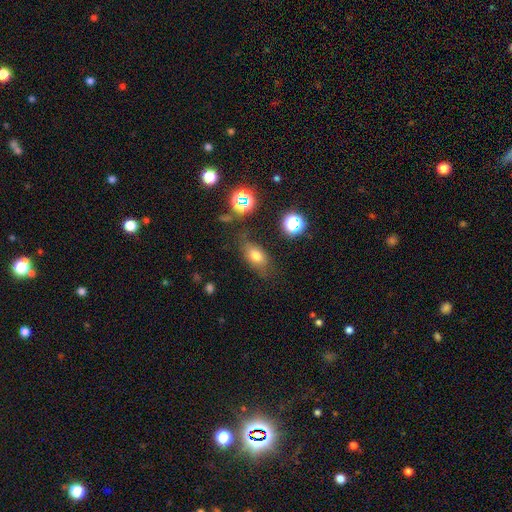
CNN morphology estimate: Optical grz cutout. It shows a smooth galaxy with no disk features (70%) that is in between round and cigar-shaped (79%). Merging: none (69%).